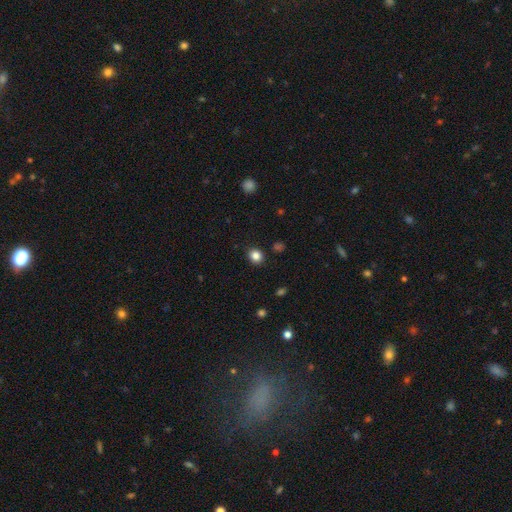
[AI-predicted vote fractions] The model was most divided on "how rounded": round: 79%, in between: 20%, cigar-shaped: 1%. More confident: merging — none (90%); smooth or featured — smooth (84%).